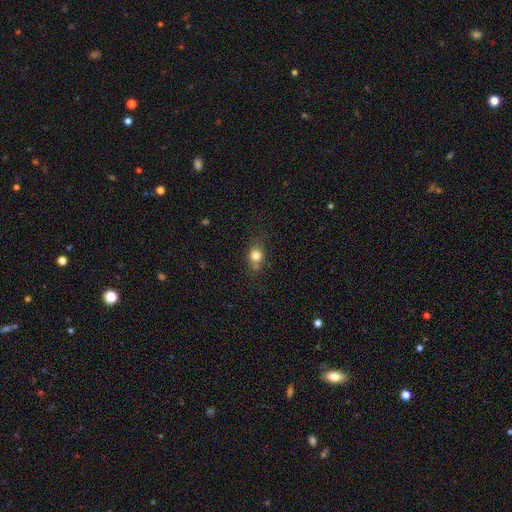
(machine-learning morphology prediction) This appears to be a smooth galaxy with no disk features (77%) that is round (52%). Merging: none (65%).